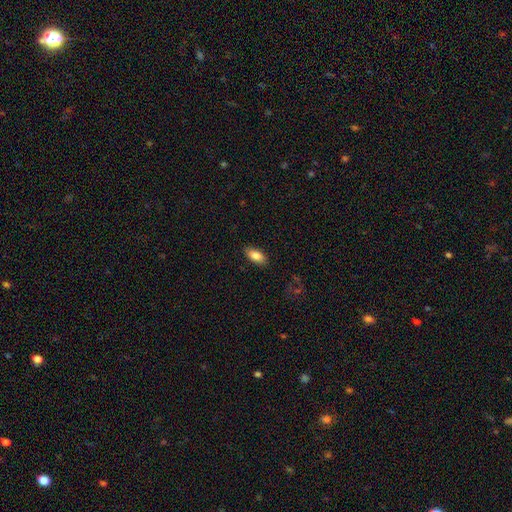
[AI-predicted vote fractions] Smooth or featured?
  - smooth: 86% *
  - featured or disk: 7%
  - star or artifact: 7%
How rounded?
  - in between: 90% *
  - cigar-shaped: 8%
  - round: 3%
Merging?
  - none: 87% *
  - minor disturbance: 10%
  - major disturbance: 2%
  - merger: 1%